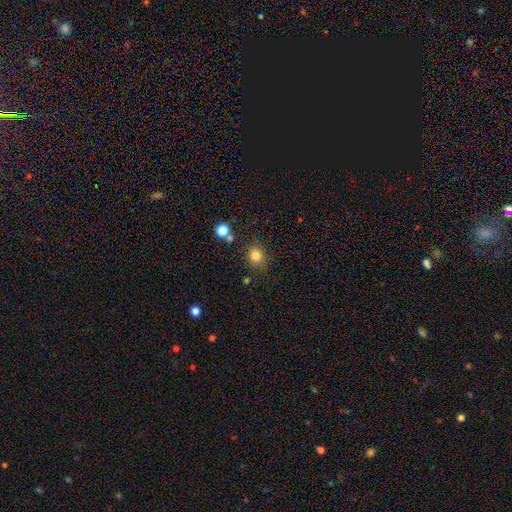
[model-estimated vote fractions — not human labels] Smooth or featured? Predicted: smooth (p=0.81). How rounded? Predicted: round (p=0.72). Merging? Predicted: none (p=0.81).